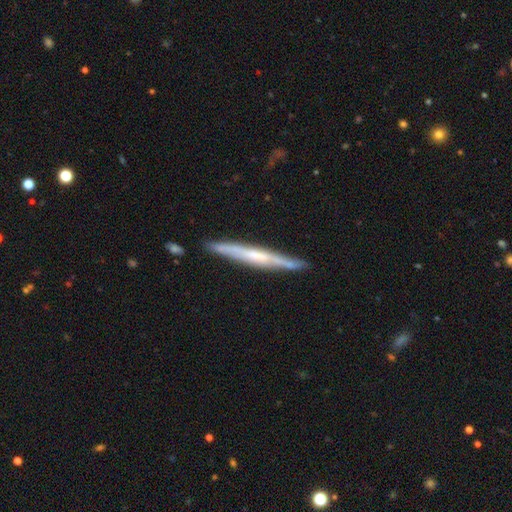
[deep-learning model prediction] Smooth or featured: featured or disk — 66% (smooth — 29%)
Edge-on disk: yes — 95% (no — 5%)
Edge-on bulge: none — 51% (rounded — 32%)
Merging: none — 85% (minor disturbance — 11%)